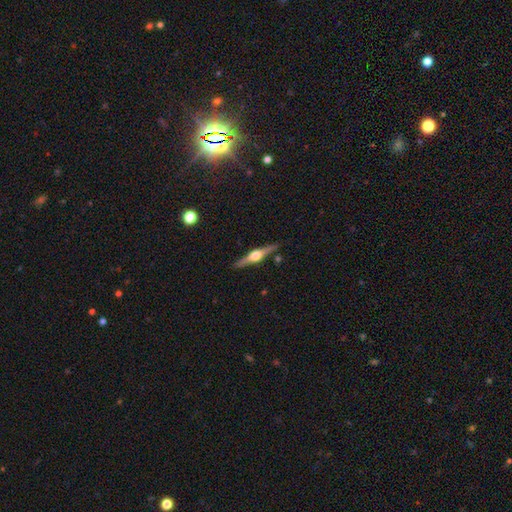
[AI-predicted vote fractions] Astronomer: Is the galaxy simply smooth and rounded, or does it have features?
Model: featured or disk — 82%.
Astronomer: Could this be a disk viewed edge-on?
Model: yes — 98%.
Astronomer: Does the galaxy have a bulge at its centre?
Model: rounded — 94%.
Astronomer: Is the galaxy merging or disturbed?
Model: none — 89%.